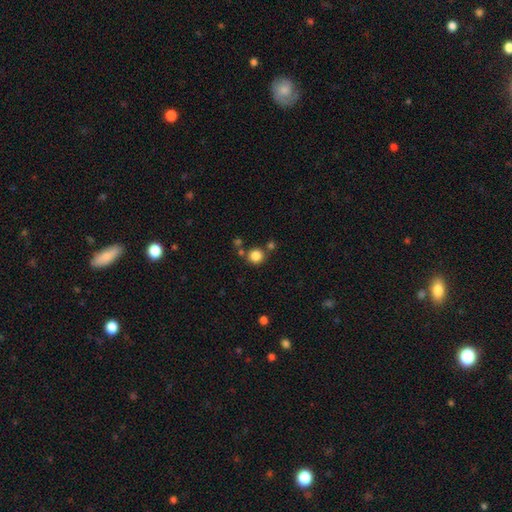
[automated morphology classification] The model was most divided on "merging": none: 77%, merger: 12%, minor disturbance: 8%, major disturbance: 3%. More confident: how rounded — round (91%); smooth or featured — smooth (84%).